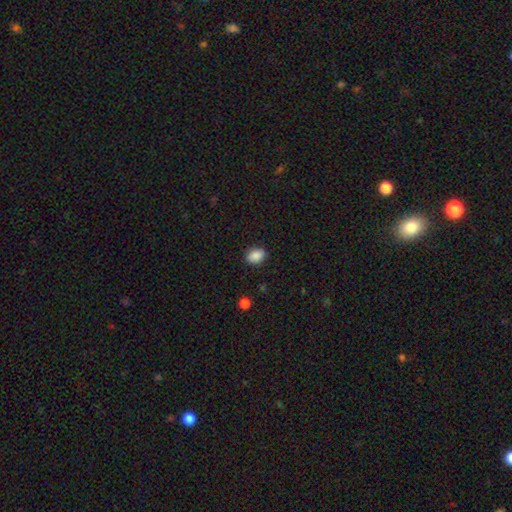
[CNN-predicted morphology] smooth_or_featured: smooth (p=0.88) [alt: star or artifact p=0.08]
how_rounded: in between (p=0.72) [alt: round p=0.26]
merging: none (p=0.88) [alt: minor disturbance p=0.09]